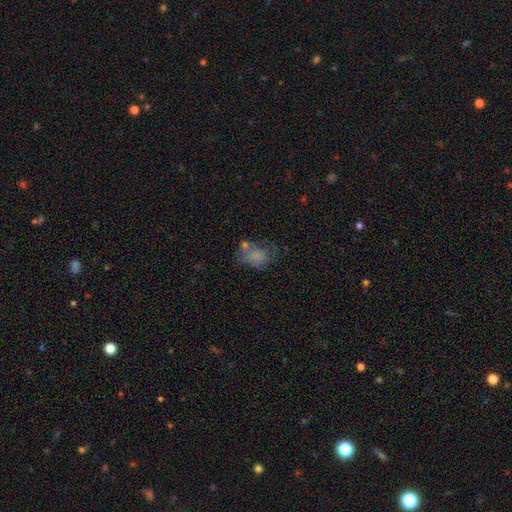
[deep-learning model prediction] The model was most divided on "merging": none: 40%, minor disturbance: 23%, merger: 20%, major disturbance: 16%. More confident: smooth or featured — smooth (73%); how rounded — in between (61%).